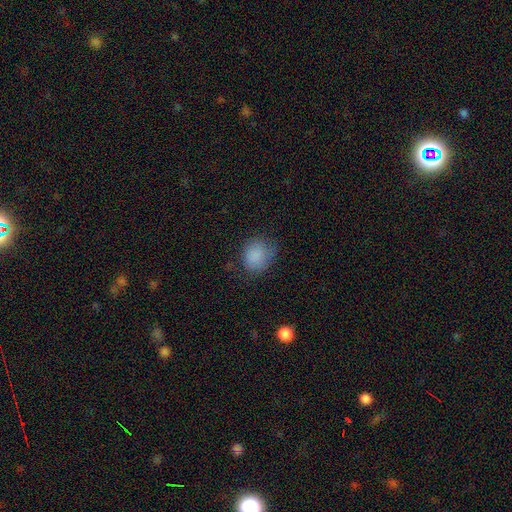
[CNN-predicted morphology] Q: Smooth or featured?
A: smooth (84%); runner-up: star or artifact (9%)
Q: How rounded?
A: round (60%); runner-up: in between (39%)
Q: Merging?
A: none (63%); runner-up: minor disturbance (26%)